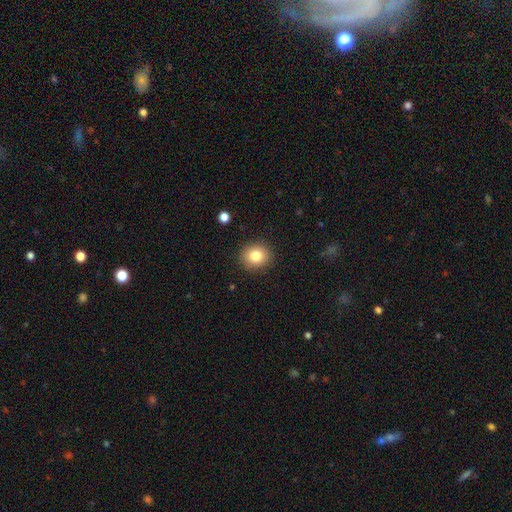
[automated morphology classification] type=smooth (82%); roundness=round (78%); merging=none (90%).